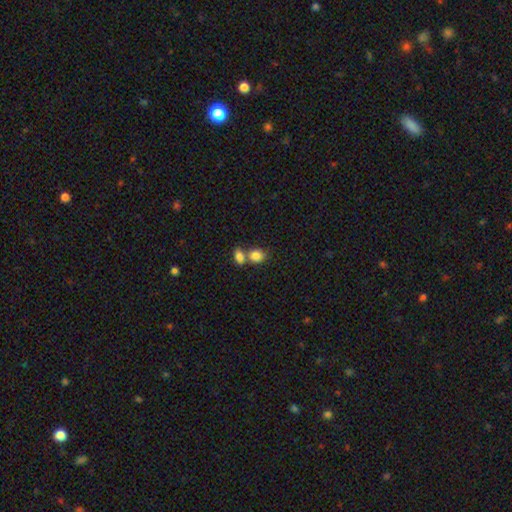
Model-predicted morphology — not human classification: smooth_or_featured: smooth (p=0.84) [alt: star or artifact p=0.09]
how_rounded: in between (p=0.53) [alt: round p=0.46]
merging: merger (p=0.48) [alt: none p=0.40]